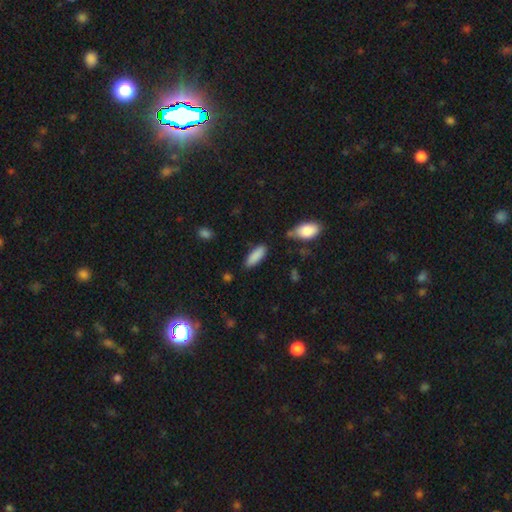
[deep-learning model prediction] Smooth or featured? smooth (88%)
How rounded? in between (58%)
Merging? none (79%)